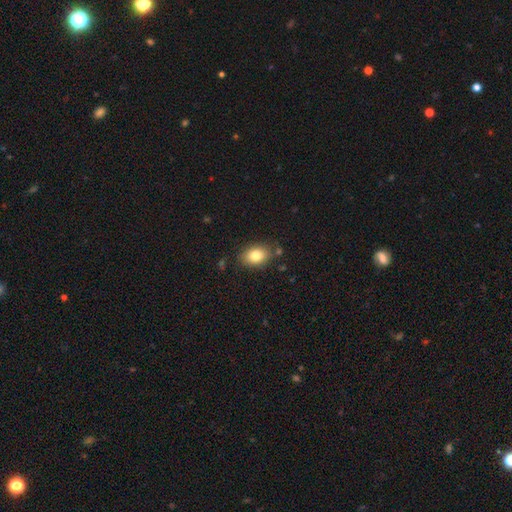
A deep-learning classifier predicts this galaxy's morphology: smooth-or-featured: smooth: 82% | featured or disk: 10% | star or artifact: 9%
  how-rounded: in between: 76% | round: 22% | cigar-shaped: 1%
  merging: none: 80% | minor disturbance: 13% | major disturbance: 3% | merger: 3%